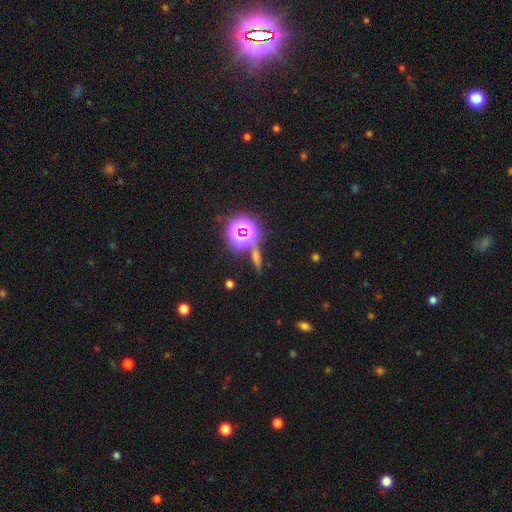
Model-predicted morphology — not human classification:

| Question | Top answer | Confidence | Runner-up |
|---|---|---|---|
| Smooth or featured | smooth | 39% | star or artifact (38%) |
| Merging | none | 79% | minor disturbance (9%) |